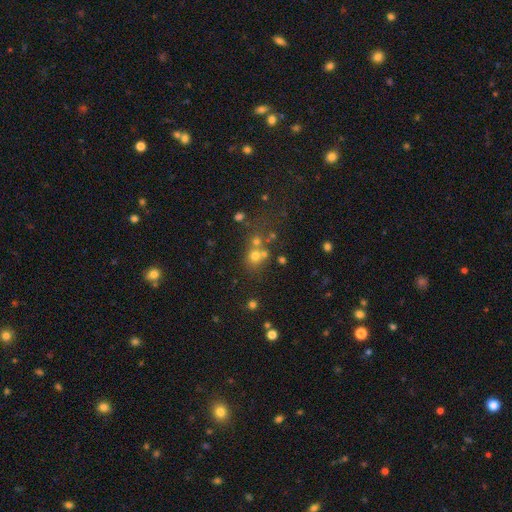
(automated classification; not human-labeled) Smooth or featured? Predicted: smooth (p=0.64). How rounded? Predicted: round (p=0.81). Merging? Predicted: none (p=0.48).